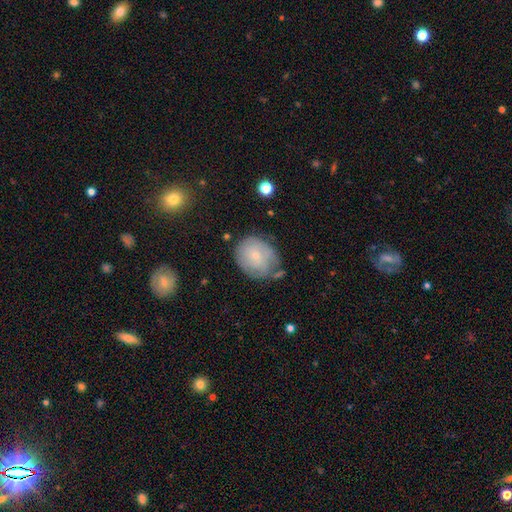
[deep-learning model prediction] Smooth or featured: smooth — 53% (featured or disk — 39%)
How rounded: round — 64% (in between — 35%)
Merging: none — 60% (minor disturbance — 27%)